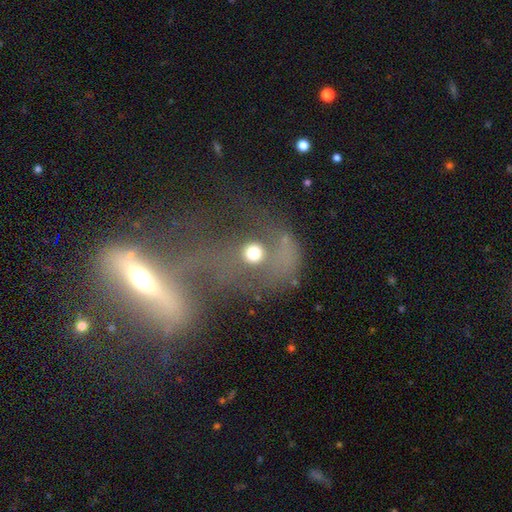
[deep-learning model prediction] smooth-or-featured: featured or disk: 62% | smooth: 23% | star or artifact: 15%
  disk-edge-on: no: 66% | yes: 34%
  merging: merger: 54% | major disturbance: 22% | none: 16% | minor disturbance: 8%